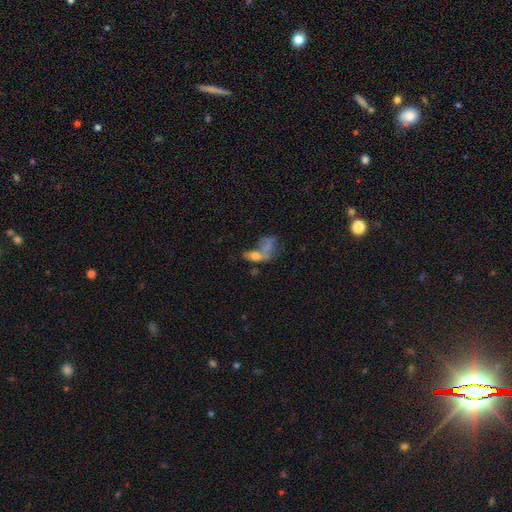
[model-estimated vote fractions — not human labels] smooth_or_featured: smooth (p=0.60) [alt: featured or disk p=0.27]
how_rounded: in between (p=0.76) [alt: round p=0.13]
merging: merger (p=0.48) [alt: none p=0.24]